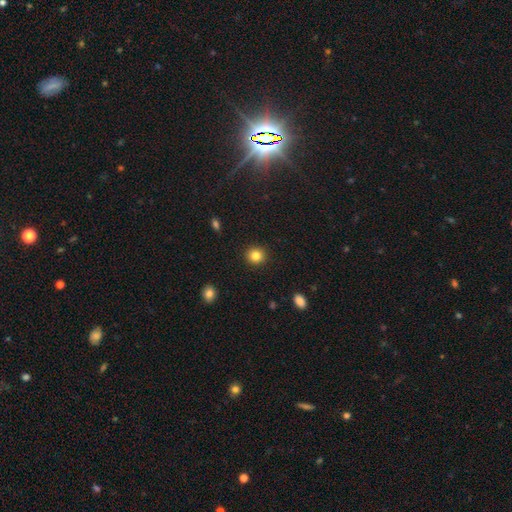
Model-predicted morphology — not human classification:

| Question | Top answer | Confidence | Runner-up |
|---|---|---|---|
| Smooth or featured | smooth | 84% | star or artifact (11%) |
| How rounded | round | 90% | in between (10%) |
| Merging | none | 92% | minor disturbance (5%) |